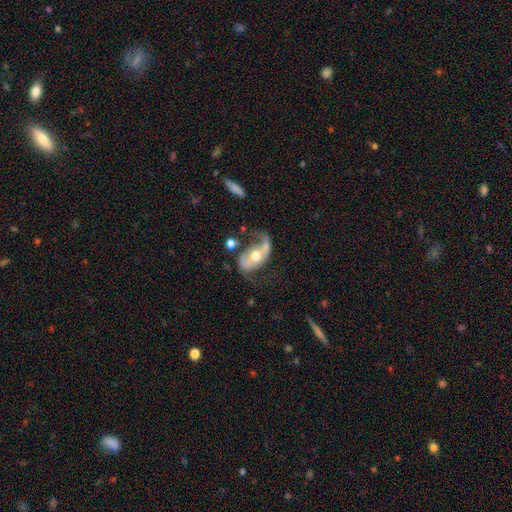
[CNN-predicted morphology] Overall: featured or disk (78%). Edge-on disk: no (95%). Bar: no (44%; weak 33%). Spiral arms: yes (86%). Spiral arm count: 2 (76%). Spiral winding: loose (63%; medium 29%). Bulge size: moderate (72%). Merging: none (41%; major disturbance 29%).